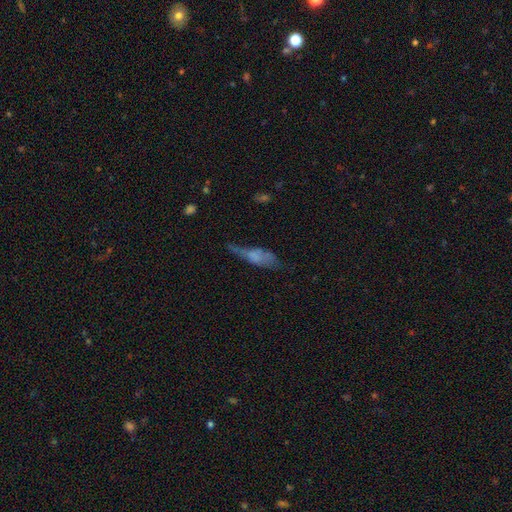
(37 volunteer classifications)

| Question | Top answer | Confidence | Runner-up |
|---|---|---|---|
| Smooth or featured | featured or disk | 54% | smooth (38%) |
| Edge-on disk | no | 55% | yes (45%) |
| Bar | no | 100% | — |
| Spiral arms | no | 100% | — |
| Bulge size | none | 55% | large (18%) |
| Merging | minor disturbance | 41% | none (29%) |